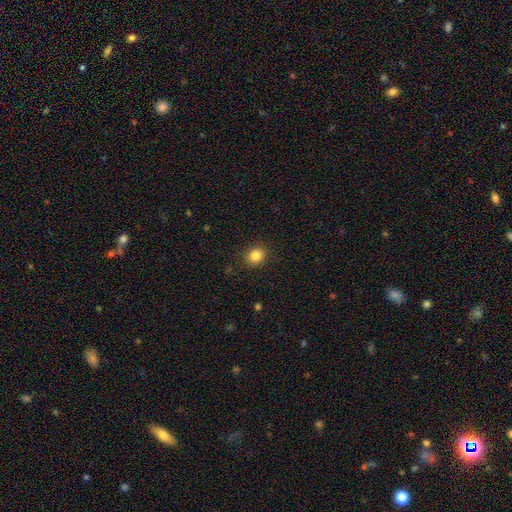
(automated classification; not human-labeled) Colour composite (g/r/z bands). It shows a smooth galaxy with no disk features (84%) that is round (72%). Merging: none (89%).